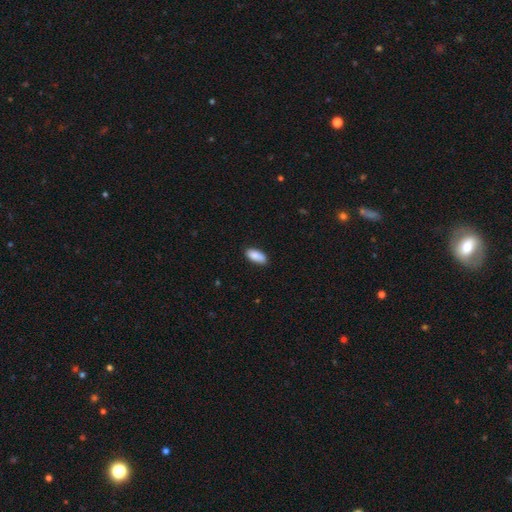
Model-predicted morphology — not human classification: Smooth or featured? Predicted: smooth (p=0.88). How rounded? Predicted: in between (p=0.88). Merging? Predicted: none (p=0.79).